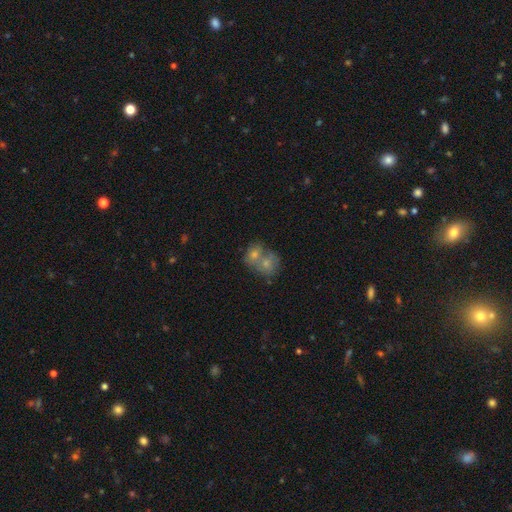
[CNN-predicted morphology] Smooth or featured? smooth (68%)
How rounded? round (59%)
Merging? merger (71%)